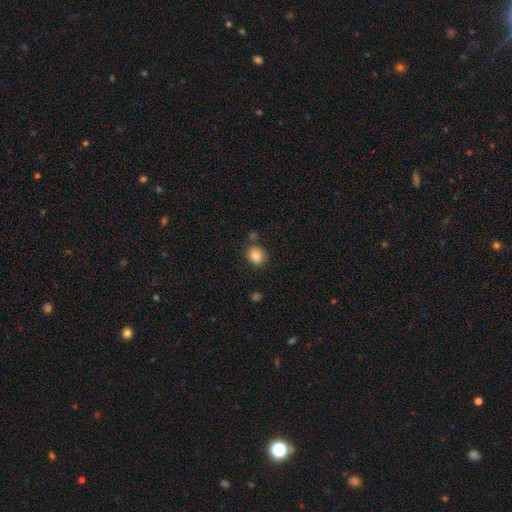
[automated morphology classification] Smooth or featured? smooth (85%)
How rounded? round (73%)
Merging? none (77%)